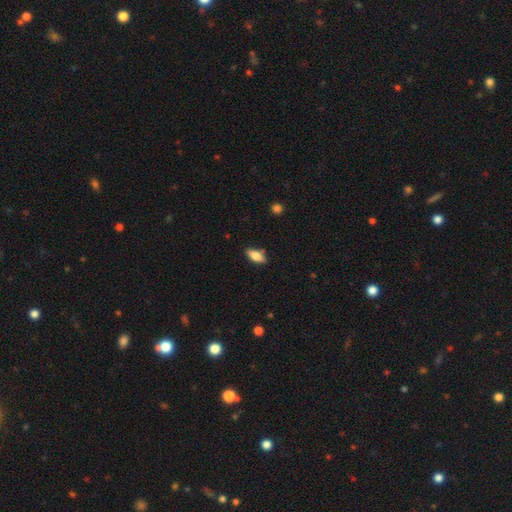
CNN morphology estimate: Overall: smooth (78%). How rounded: in between (82%). Merging: none (82%).